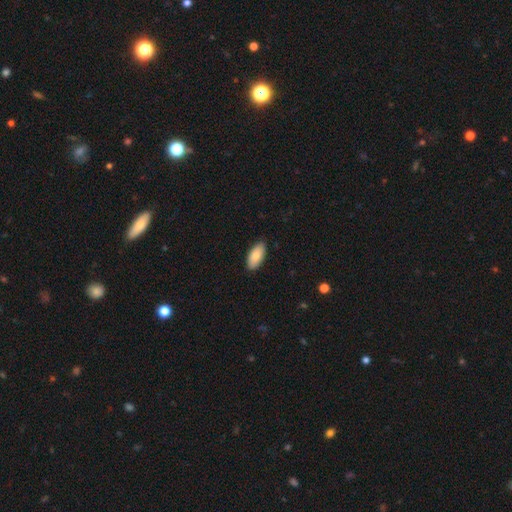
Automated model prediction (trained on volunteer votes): Smooth or featured?
  - smooth: 83% *
  - featured or disk: 12%
  - star or artifact: 6%
How rounded?
  - in between: 93% *
  - cigar-shaped: 5%
  - round: 2%
Merging?
  - none: 87% *
  - minor disturbance: 10%
  - major disturbance: 2%
  - merger: 1%